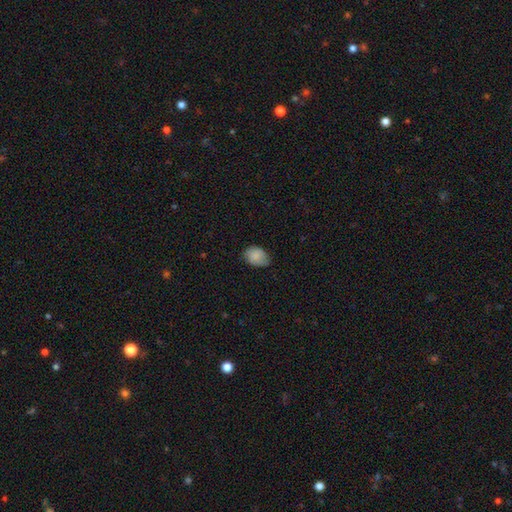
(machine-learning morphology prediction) Smooth or featured? smooth (83%)
How rounded? in between (72%)
Merging? none (66%)